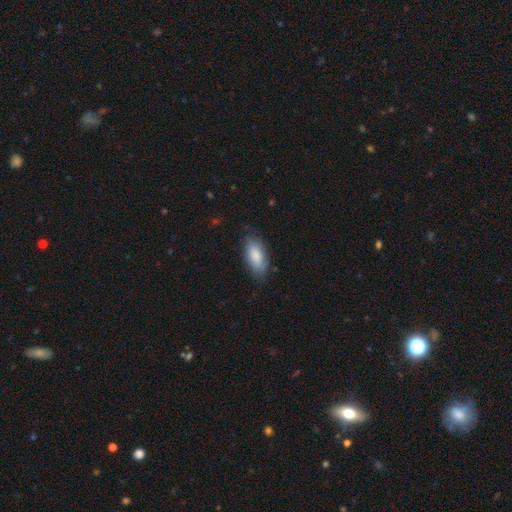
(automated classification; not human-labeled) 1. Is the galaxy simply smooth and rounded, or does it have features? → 83% smooth, 12% featured or disk, 6% star or artifact.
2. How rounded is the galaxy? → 90% in between, 8% cigar-shaped, 2% round.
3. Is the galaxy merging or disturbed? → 74% none, 20% minor disturbance, 5% major disturbance, 1% merger.